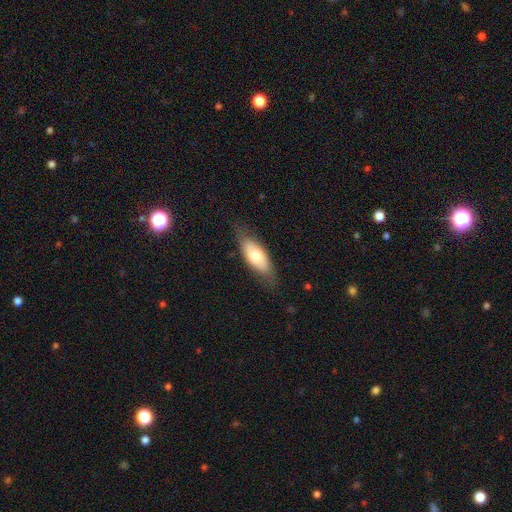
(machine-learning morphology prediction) The model was most divided on "smooth or featured": smooth: 65%, featured or disk: 30%, star or artifact: 6%. More confident: how rounded — in between (78%); merging — none (73%).